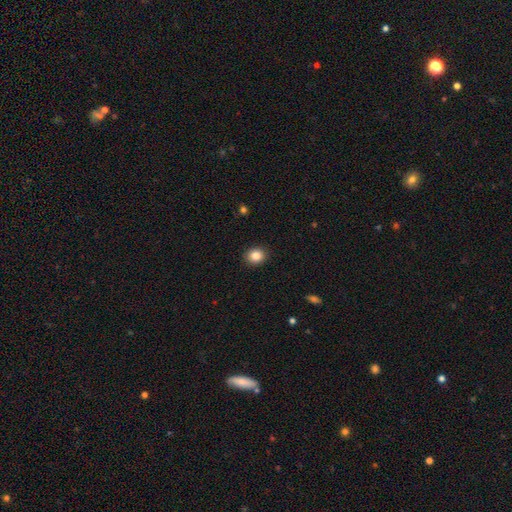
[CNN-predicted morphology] Smooth or featured? smooth (84%)
How rounded? round (66%)
Merging? none (91%)